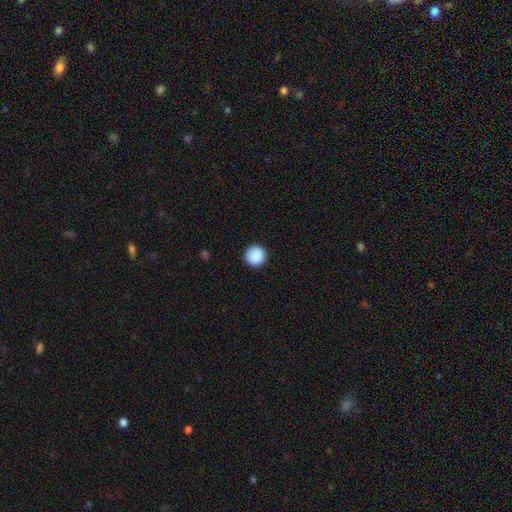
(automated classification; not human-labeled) smooth 90%, star or artifact 8%, featured or disk 3%. Down the decision tree: how rounded — round (96%); merging — none (92%).